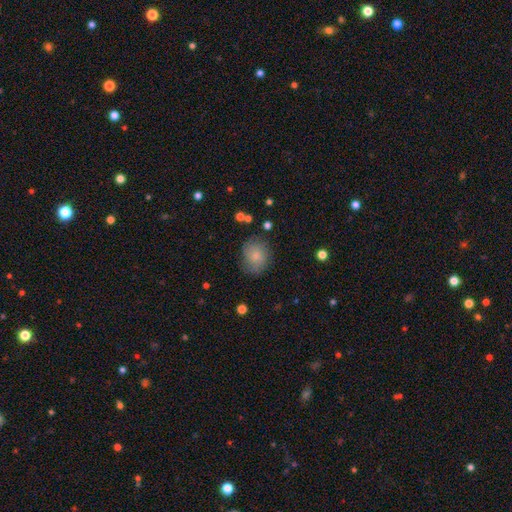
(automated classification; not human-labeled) Smooth or featured: smooth — 73% (featured or disk — 18%)
How rounded: round — 67% (in between — 32%)
Merging: none — 70% (minor disturbance — 20%)